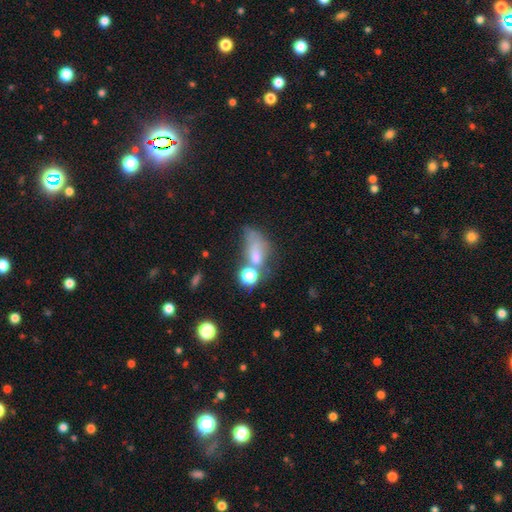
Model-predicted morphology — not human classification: smooth_or_featured: smooth (p=0.57) [alt: featured or disk p=0.22]
how_rounded: in between (p=0.69) [alt: round p=0.24]
merging: major disturbance (p=0.28) [alt: merger p=0.26]